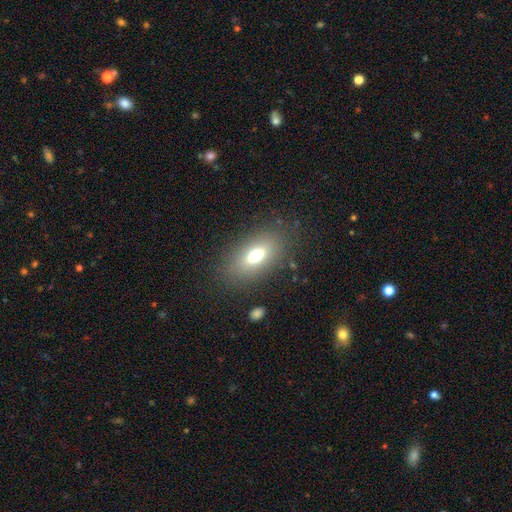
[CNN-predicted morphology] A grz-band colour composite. It shows a smooth galaxy with no disk features (71%) that is in between round and cigar-shaped (86%). Merging: none (82%).